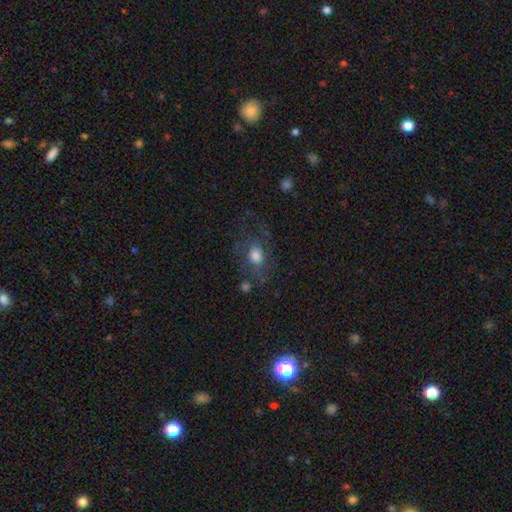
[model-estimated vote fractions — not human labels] This is possibly a smooth galaxy (51%). How rounded: possibly in between (59%). Merging: possibly none (49%).